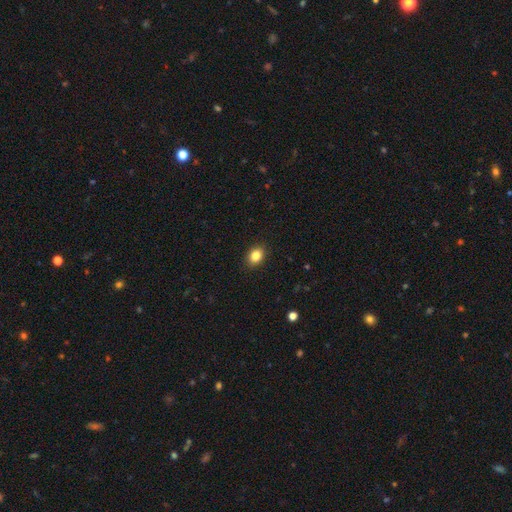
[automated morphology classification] Q: Smooth or featured?
A: smooth (85%); runner-up: star or artifact (10%)
Q: How rounded?
A: in between (59%); runner-up: round (40%)
Q: Merging?
A: none (90%); runner-up: minor disturbance (7%)